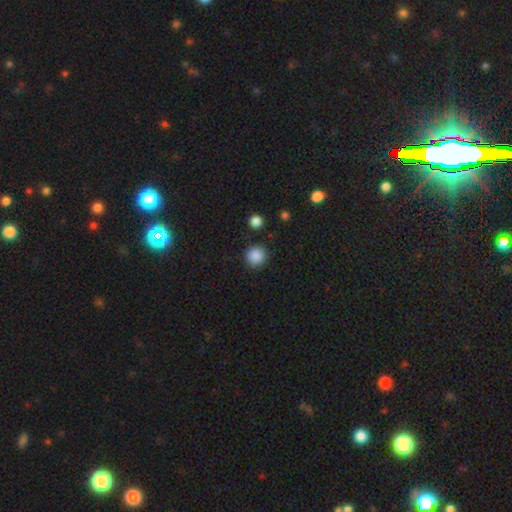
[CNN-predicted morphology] smooth 88%, star or artifact 9%, featured or disk 3%. Down the decision tree: how rounded — round (92%); merging — none (89%).